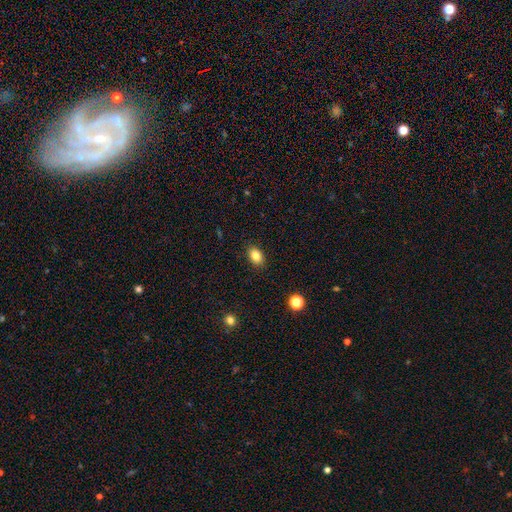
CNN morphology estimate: This is clearly a smooth galaxy (84%). How rounded: clearly in between (81%). Merging: clearly none (89%).